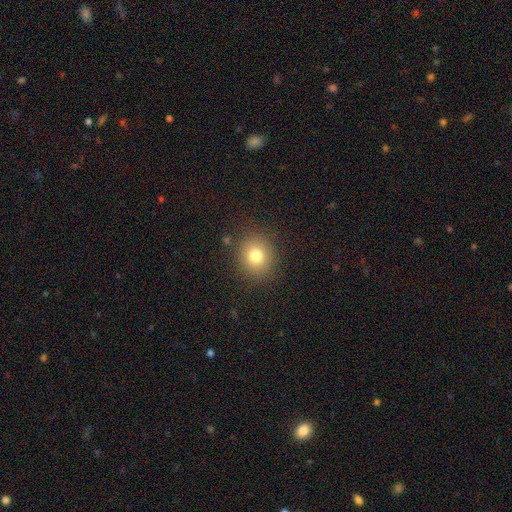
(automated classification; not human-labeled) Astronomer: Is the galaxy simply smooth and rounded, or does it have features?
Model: smooth — 78%.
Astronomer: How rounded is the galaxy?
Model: round — 82%.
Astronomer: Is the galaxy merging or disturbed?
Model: none — 87%.